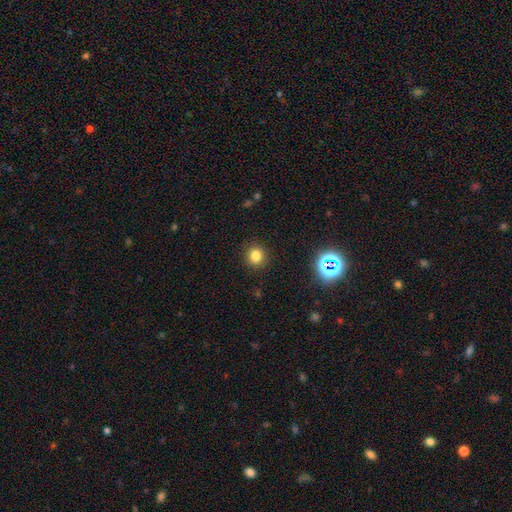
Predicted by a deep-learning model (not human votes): Q: Smooth or featured?
A: smooth (80%); runner-up: star or artifact (14%)
Q: How rounded?
A: round (89%); runner-up: in between (10%)
Q: Merging?
A: none (90%); runner-up: minor disturbance (6%)